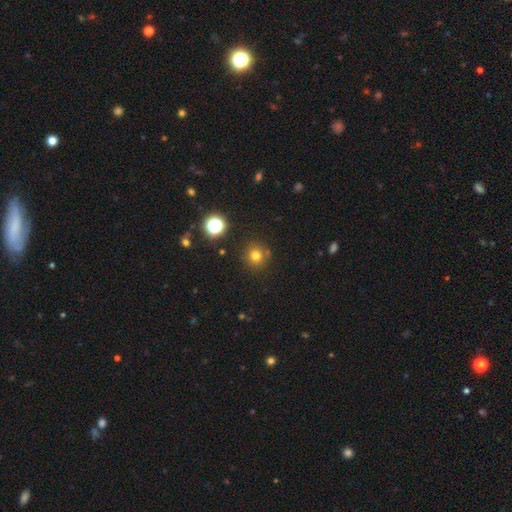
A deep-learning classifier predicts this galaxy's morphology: The model was most divided on "smooth or featured": smooth: 75%, star or artifact: 18%, featured or disk: 7%. More confident: how rounded — round (93%); merging — none (85%).